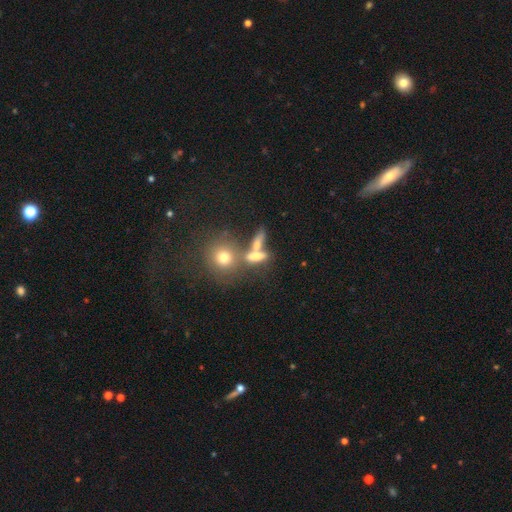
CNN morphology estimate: Q: Smooth or featured?
A: smooth (66%); runner-up: featured or disk (20%)
Q: How rounded?
A: in between (46%); runner-up: cigar-shaped (28%)
Q: Merging?
A: none (44%); runner-up: merger (36%)